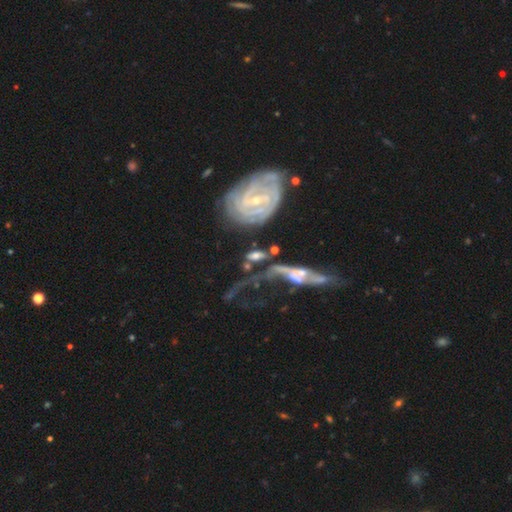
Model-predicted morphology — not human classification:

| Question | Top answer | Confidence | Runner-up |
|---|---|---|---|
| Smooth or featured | featured or disk | 60% | smooth (31%) |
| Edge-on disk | no | 86% | yes (14%) |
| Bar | no | 51% | weak (30%) |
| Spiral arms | yes | 77% | no (23%) |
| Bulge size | small | 51% | moderate (32%) |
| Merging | merger | 31% | none (28%) |